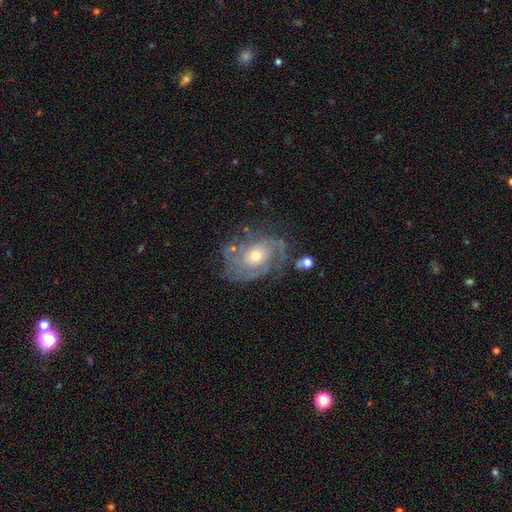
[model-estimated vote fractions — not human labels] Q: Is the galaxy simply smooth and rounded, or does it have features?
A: featured or disk — 87%.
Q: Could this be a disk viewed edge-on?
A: no — 97%.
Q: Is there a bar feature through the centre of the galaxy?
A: no — 78%.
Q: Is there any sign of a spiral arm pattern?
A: yes — 95%.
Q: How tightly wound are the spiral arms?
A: tight — 57%.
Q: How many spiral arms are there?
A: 2 — 30%.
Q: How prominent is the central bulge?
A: moderate — 58%.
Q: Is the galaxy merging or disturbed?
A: none — 66%.